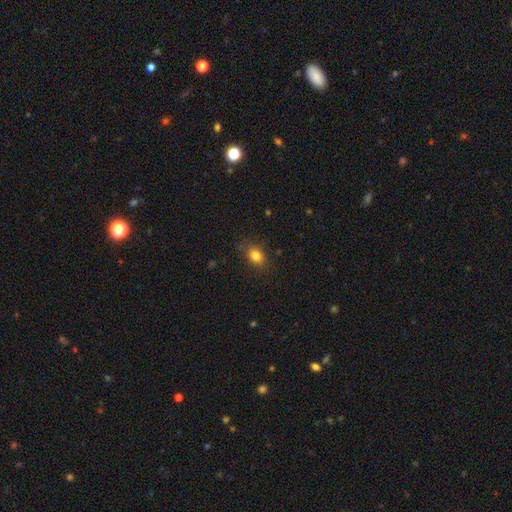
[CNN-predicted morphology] Smooth or featured? Predicted: smooth (p=0.82). How rounded? Predicted: in between (p=0.69). Merging? Predicted: none (p=0.82).